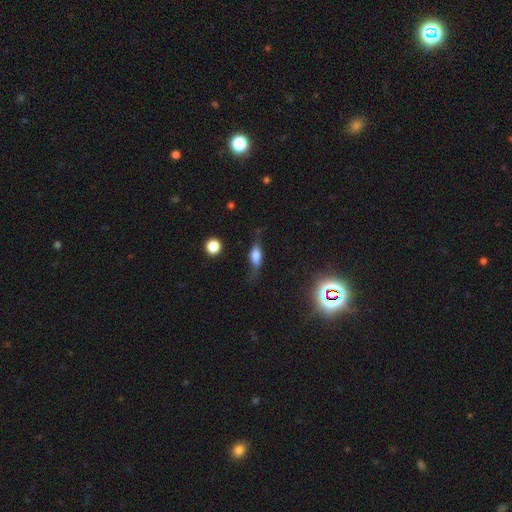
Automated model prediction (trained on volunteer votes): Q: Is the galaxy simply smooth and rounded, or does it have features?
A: smooth — 50%.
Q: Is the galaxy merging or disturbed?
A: none — 57%.